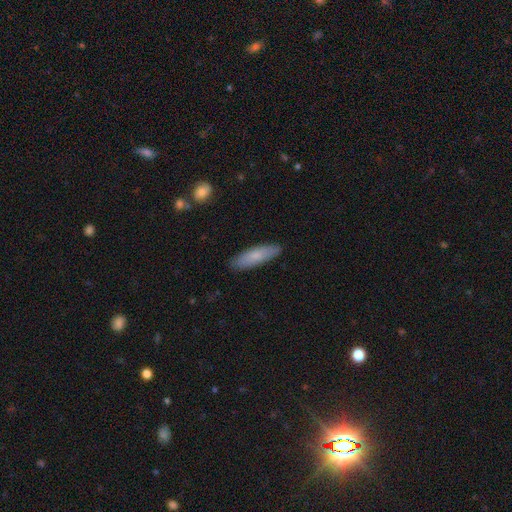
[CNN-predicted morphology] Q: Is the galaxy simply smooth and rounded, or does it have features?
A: smooth — 76%.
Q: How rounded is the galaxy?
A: cigar-shaped — 61%.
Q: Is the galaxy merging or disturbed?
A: none — 88%.